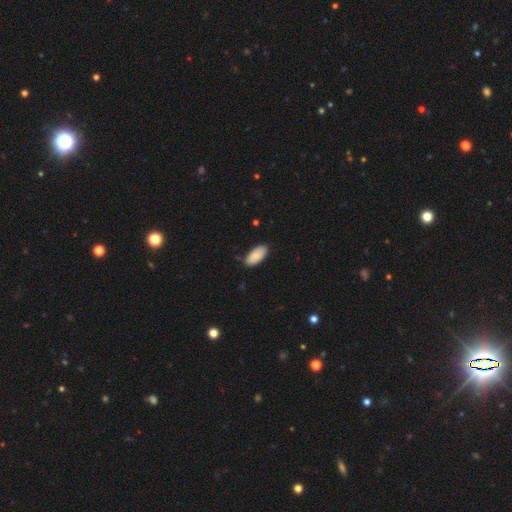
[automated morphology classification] This is clearly a smooth galaxy (87%). How rounded: clearly in between (93%). Merging: clearly none (82%).